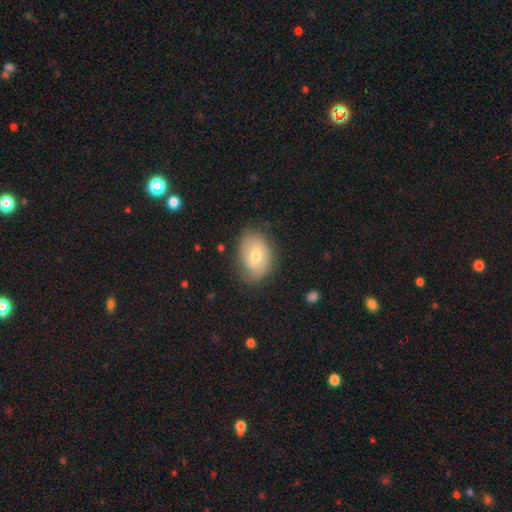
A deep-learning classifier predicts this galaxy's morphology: type=smooth (59%); roundness=in between (79%); merging=none (72%).